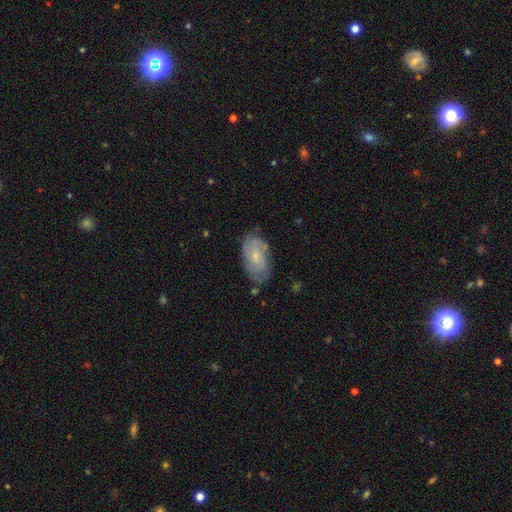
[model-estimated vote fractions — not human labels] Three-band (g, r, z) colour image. It shows a featured or disk galaxy (60%) with no bar (70%), spiral arms (85%) and a small central bulge (70%). Merging: none (70%).